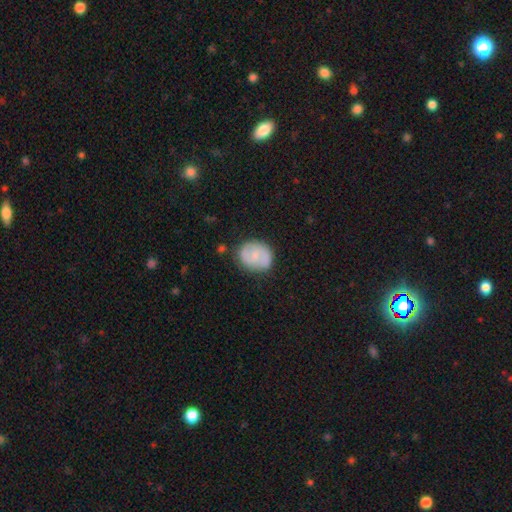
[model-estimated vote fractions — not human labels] Morphology: type=smooth (49%); merging=none (76%).